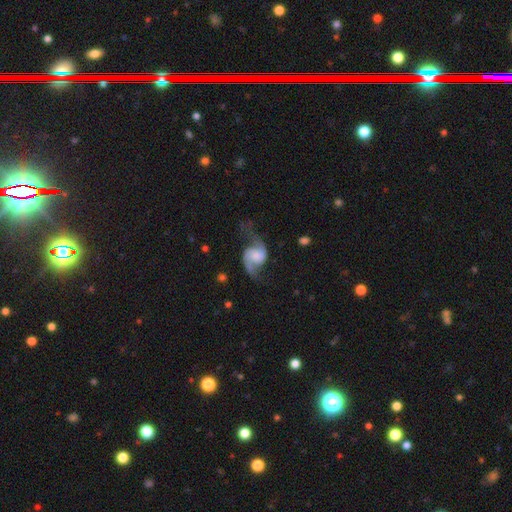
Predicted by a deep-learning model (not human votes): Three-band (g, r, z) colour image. It shows a featured or disk galaxy (85%) with no bar (59%), 2 (93%) loose (64%) spiral arms (96%) and no central bulge (29%). Merging: none (63%).